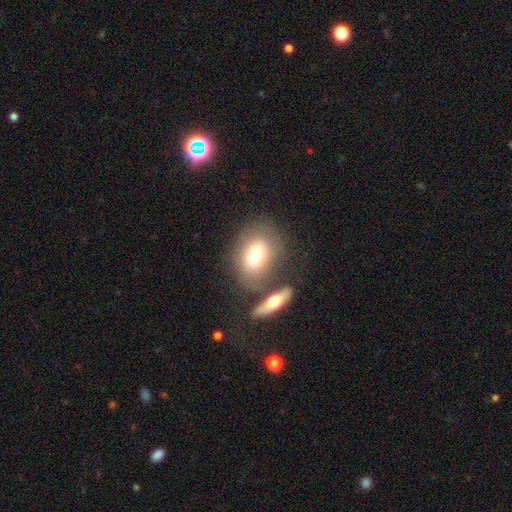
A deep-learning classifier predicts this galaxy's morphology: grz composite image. It shows a smooth galaxy with no disk features (70%) that is in between round and cigar-shaped (67%). Merging: none (55%).